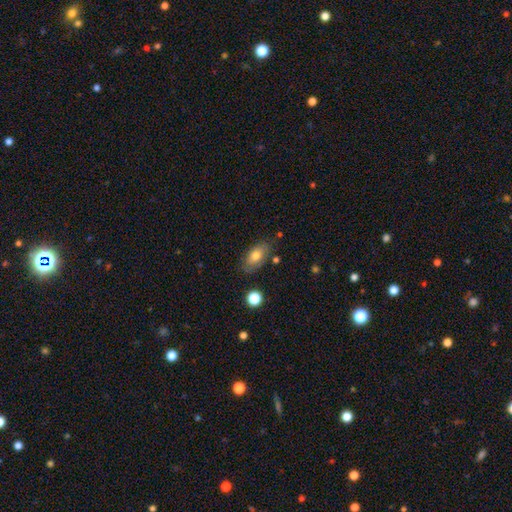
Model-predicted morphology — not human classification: Q: Smooth or featured?
A: smooth (73%); runner-up: featured or disk (19%)
Q: How rounded?
A: in between (89%); runner-up: round (6%)
Q: Merging?
A: none (76%); runner-up: minor disturbance (17%)